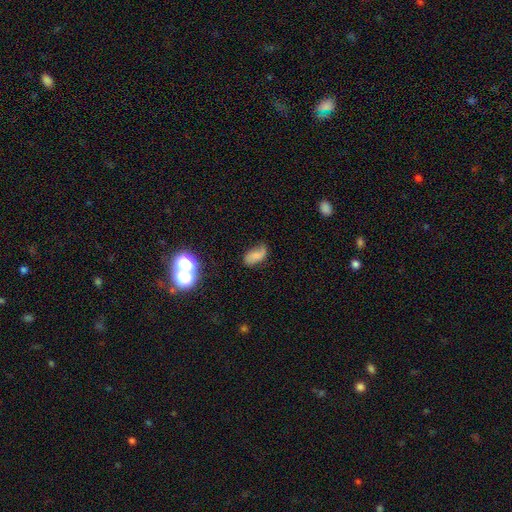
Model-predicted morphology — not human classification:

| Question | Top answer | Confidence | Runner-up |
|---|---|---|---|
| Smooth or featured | smooth | 52% | featured or disk (35%) |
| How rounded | in between | 90% | round (6%) |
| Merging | none | 54% | minor disturbance (31%) |